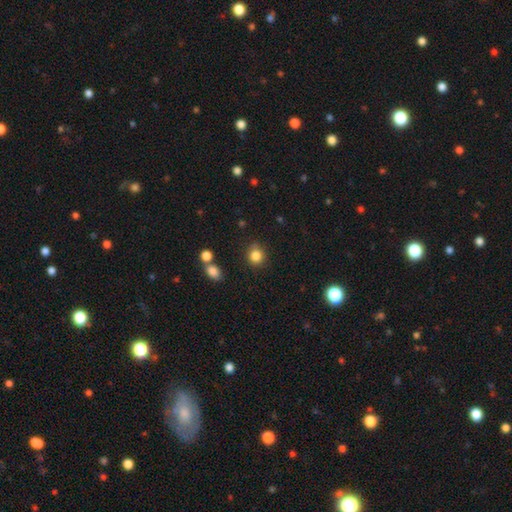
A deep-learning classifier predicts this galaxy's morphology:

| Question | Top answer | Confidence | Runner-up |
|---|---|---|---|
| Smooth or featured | smooth | 85% | star or artifact (11%) |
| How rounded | round | 85% | in between (14%) |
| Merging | none | 82% | minor disturbance (11%) |